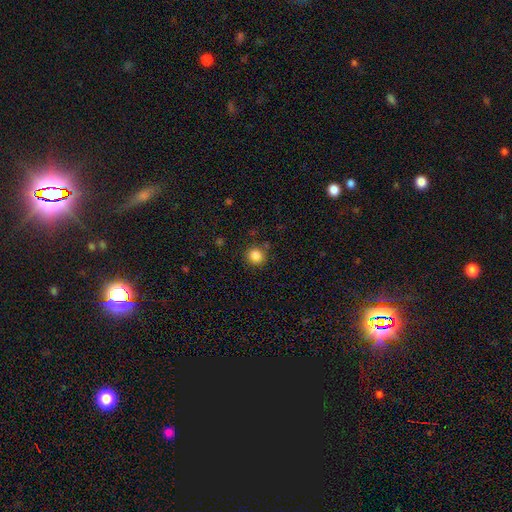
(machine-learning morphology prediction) Smooth or featured? smooth (85%)
How rounded? round (92%)
Merging? none (86%)